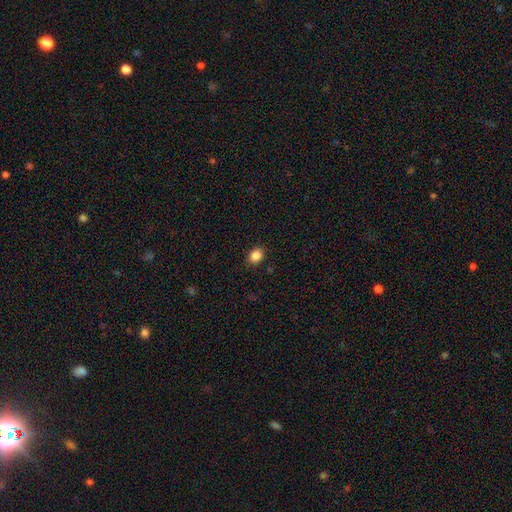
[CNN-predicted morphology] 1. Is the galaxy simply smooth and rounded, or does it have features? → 86% smooth, 10% star or artifact, 4% featured or disk.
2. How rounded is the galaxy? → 50% round, 49% in between, 1% cigar-shaped.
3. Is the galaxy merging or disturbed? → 89% none, 8% minor disturbance, 2% major disturbance, 1% merger.